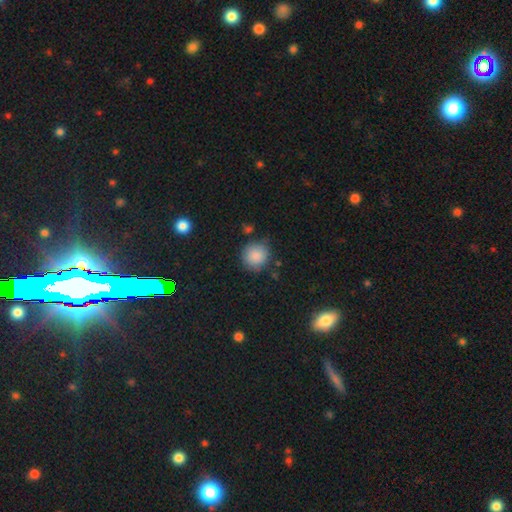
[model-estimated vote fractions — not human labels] Smooth or featured? smooth (87%)
How rounded? round (91%)
Merging? none (79%)